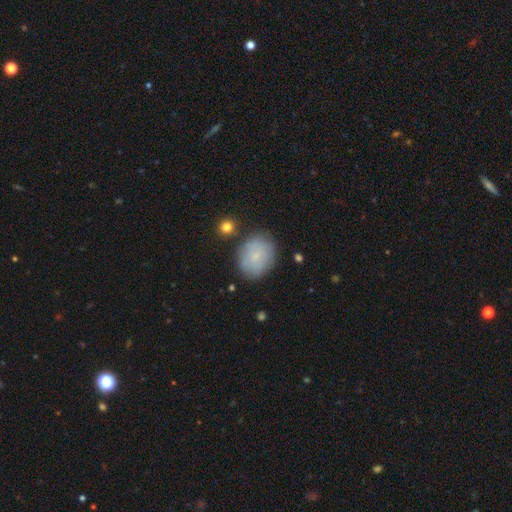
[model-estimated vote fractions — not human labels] Overall: smooth (73%). How rounded: round (50%; in between 49%). Merging: none (76%).